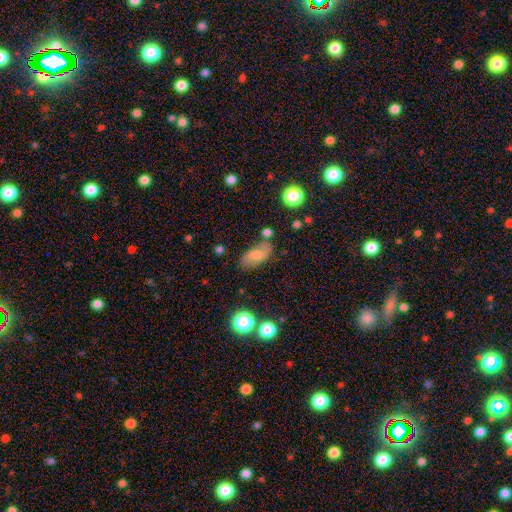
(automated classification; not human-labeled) smooth_or_featured: smooth (p=0.60) [alt: featured or disk p=0.30]
how_rounded: in between (p=0.89) [alt: cigar-shaped p=0.06]
merging: none (p=0.65) [alt: minor disturbance p=0.22]